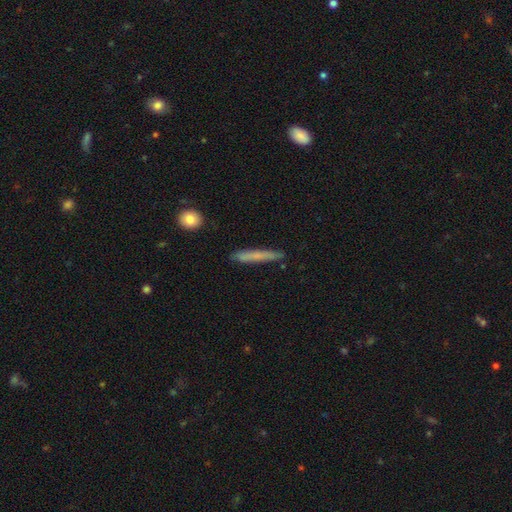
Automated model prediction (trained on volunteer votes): smooth 65%, featured or disk 29%, star or artifact 6%. Down the decision tree: how rounded — cigar-shaped (96%); merging — none (87%).